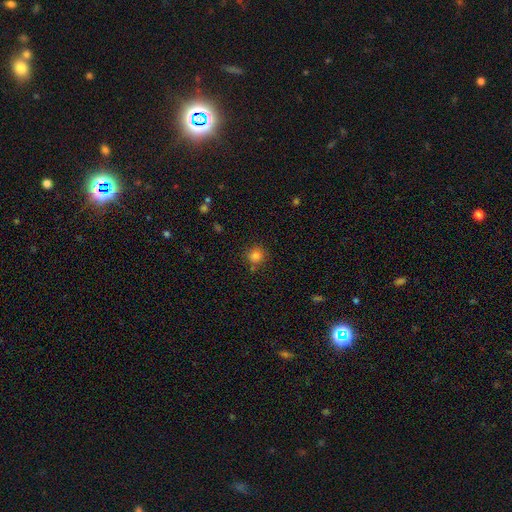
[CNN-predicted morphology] Smooth or featured: smooth — 82% (star or artifact — 13%)
How rounded: round — 92% (in between — 7%)
Merging: none — 82% (minor disturbance — 9%)